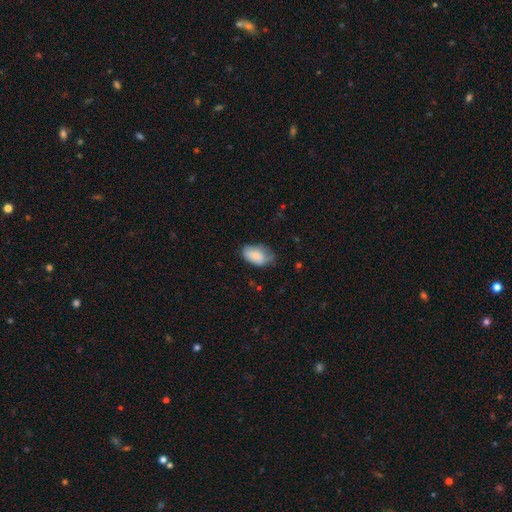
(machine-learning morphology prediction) The model was most divided on "merging": none: 52%, minor disturbance: 36%, major disturbance: 10%, merger: 2%. More confident: how rounded — in between (92%); smooth or featured — smooth (83%).